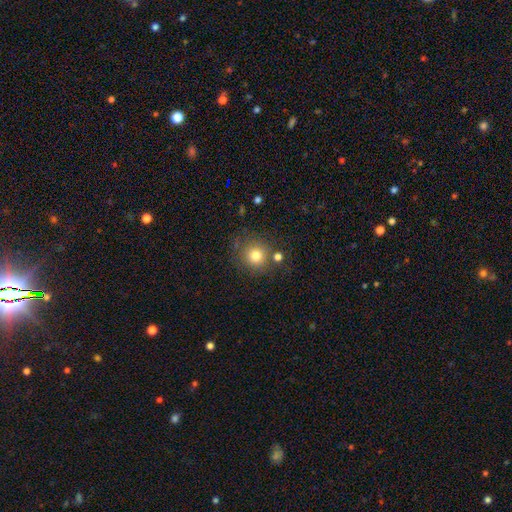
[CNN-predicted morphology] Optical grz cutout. It shows a smooth galaxy with no disk features (77%) that is round (91%). Merging: none (75%).